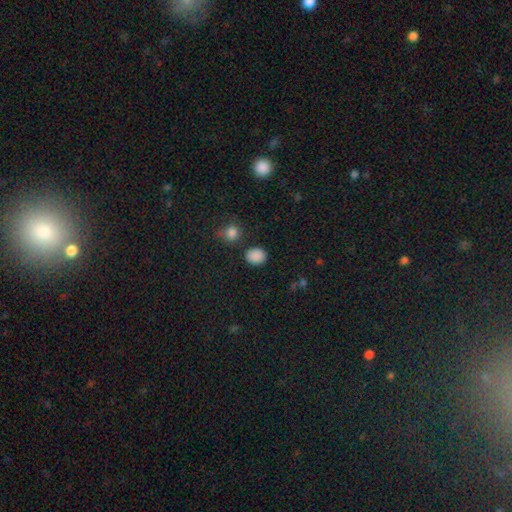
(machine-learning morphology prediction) A smooth galaxy with no disk features (86%) that is round (54%).

Vote fractions:
- Smooth or featured? smooth: 86% / star or artifact: 11% / featured or disk: 3%
- How rounded? round: 54% / in between: 45% / cigar-shaped: 1%
- Merging? none: 83% / minor disturbance: 10% / merger: 4% / major disturbance: 3%